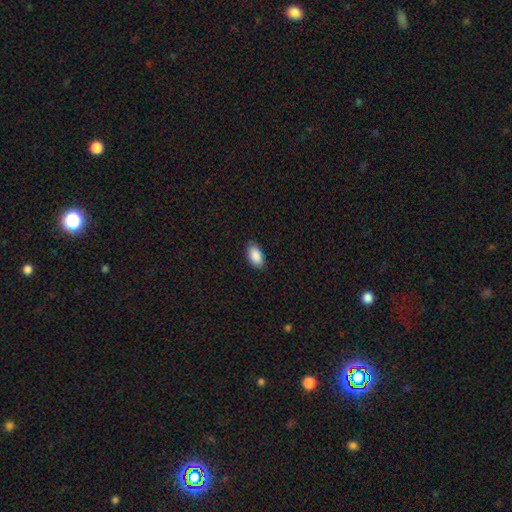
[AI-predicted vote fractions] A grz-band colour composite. It shows a smooth galaxy with no disk features (90%) that is in between round and cigar-shaped (94%). Merging: none (86%).